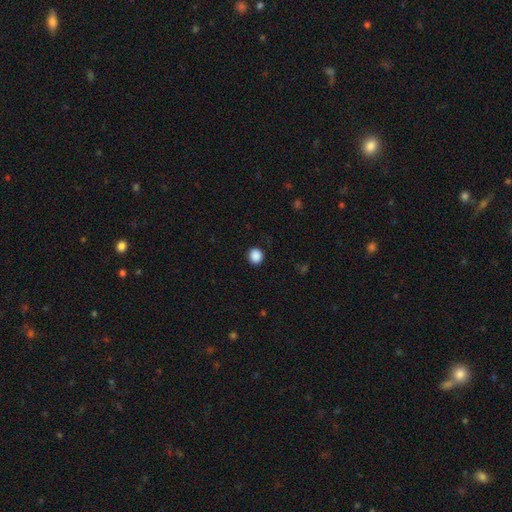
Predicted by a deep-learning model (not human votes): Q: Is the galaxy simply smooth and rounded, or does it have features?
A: smooth — 89%.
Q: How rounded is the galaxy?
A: round — 86%.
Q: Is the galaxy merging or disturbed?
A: none — 91%.